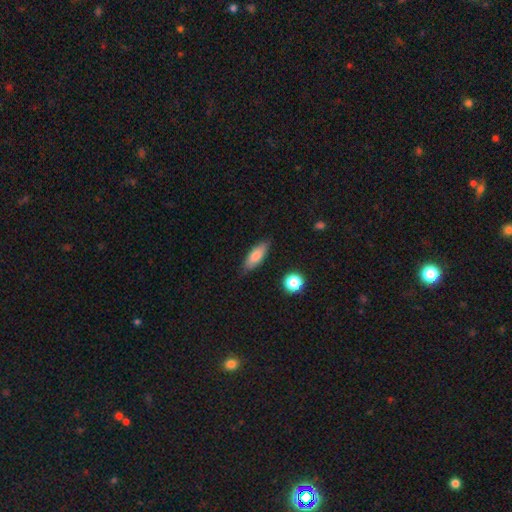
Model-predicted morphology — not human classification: Smooth or featured? Predicted: smooth (p=0.78). How rounded? Predicted: in between (p=0.65). Merging? Predicted: none (p=0.83).